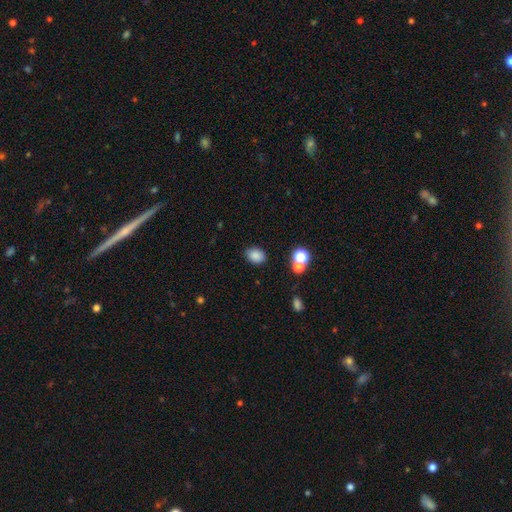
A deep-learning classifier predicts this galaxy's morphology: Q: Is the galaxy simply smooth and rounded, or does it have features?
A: smooth — 84%.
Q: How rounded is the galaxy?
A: in between — 69%.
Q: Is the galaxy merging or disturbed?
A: none — 83%.